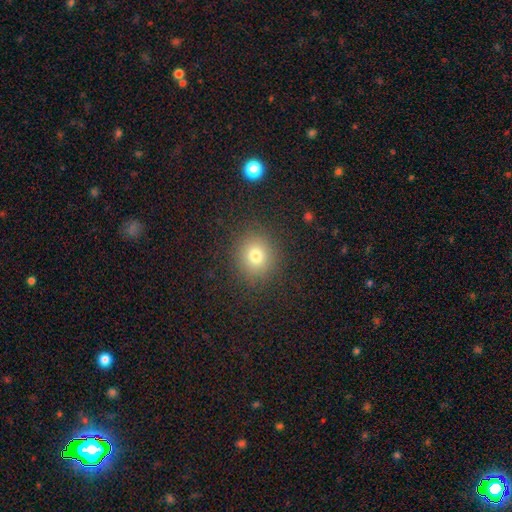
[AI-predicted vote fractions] smooth-or-featured: smooth: 76% | star or artifact: 15% | featured or disk: 9%
  how-rounded: round: 83% | in between: 16% | cigar-shaped: 1%
  merging: none: 88% | minor disturbance: 8% | major disturbance: 3% | merger: 1%